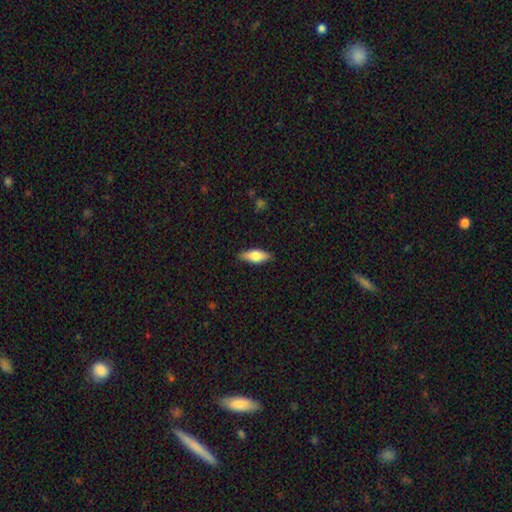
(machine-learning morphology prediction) smooth-or-featured: smooth: 72% | featured or disk: 22% | star or artifact: 6%
  how-rounded: in between: 75% | cigar-shaped: 22% | round: 3%
  merging: none: 87% | minor disturbance: 10% | major disturbance: 2% | merger: 1%